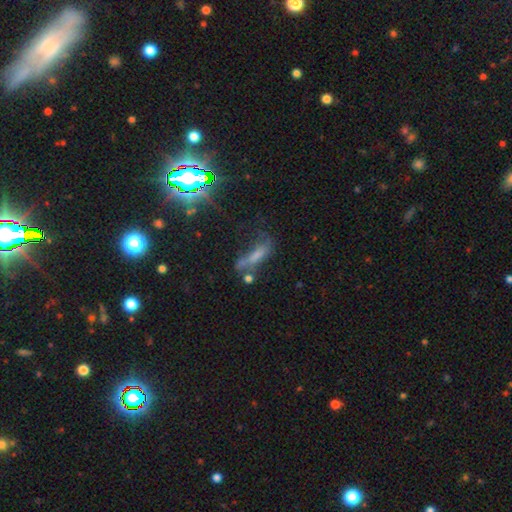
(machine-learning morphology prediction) This appears to be a smooth galaxy with no disk features (38%). Merging: none (39%).